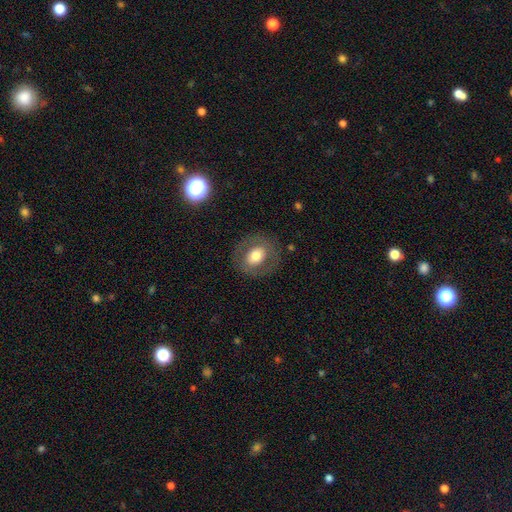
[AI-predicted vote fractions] Smooth or featured?
  - smooth: 62% *
  - featured or disk: 29%
  - star or artifact: 8%
How rounded?
  - round: 59% *
  - in between: 40%
  - cigar-shaped: 1%
Merging?
  - none: 81% *
  - minor disturbance: 11%
  - major disturbance: 7%
  - merger: 1%